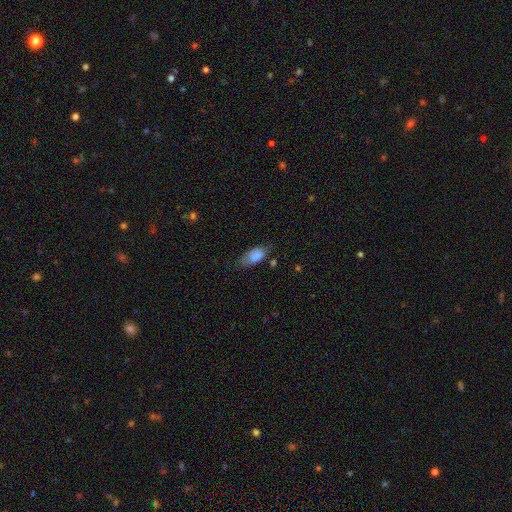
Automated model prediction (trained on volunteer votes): This is clearly a smooth galaxy (81%). How rounded: clearly in between (88%). Merging: possibly none (57%).